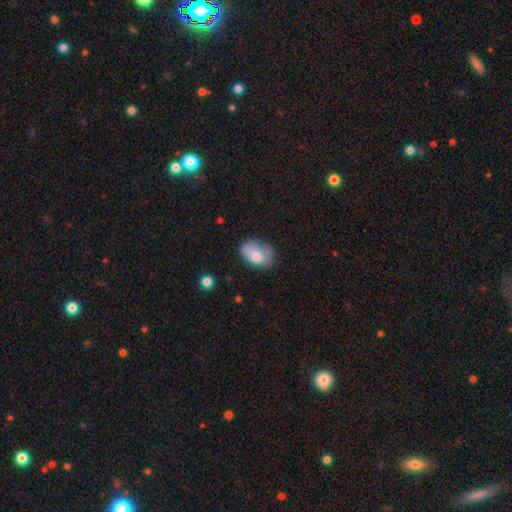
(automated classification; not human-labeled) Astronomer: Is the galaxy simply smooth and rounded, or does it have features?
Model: smooth — 69%.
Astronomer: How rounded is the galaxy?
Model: in between — 81%.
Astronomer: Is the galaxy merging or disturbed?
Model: none — 43% (runner-up: minor disturbance, 33%).